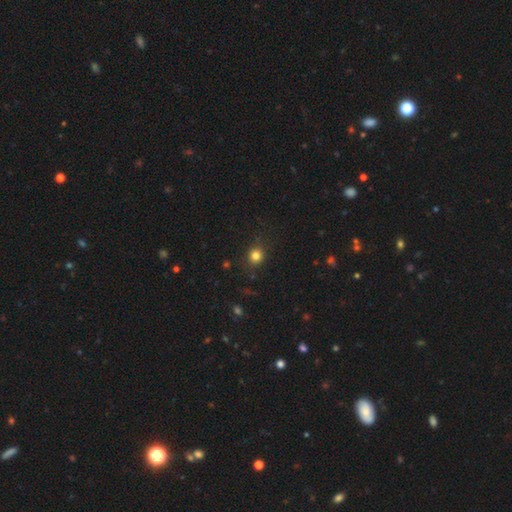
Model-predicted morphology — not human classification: Smooth or featured? smooth (81%)
How rounded? round (84%)
Merging? none (86%)